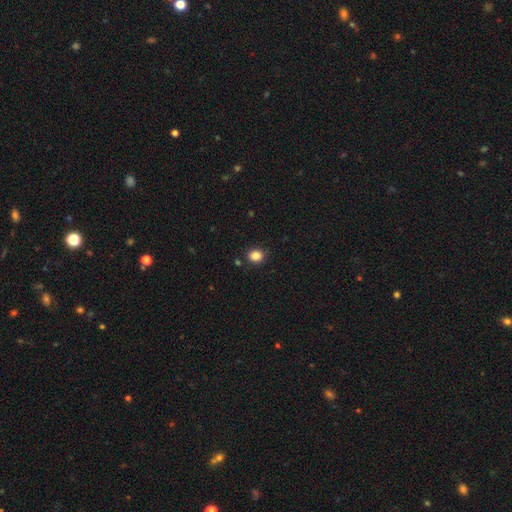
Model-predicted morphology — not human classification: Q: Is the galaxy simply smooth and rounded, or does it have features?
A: smooth — 86%.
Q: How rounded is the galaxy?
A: round — 57%.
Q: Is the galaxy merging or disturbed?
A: none — 85%.